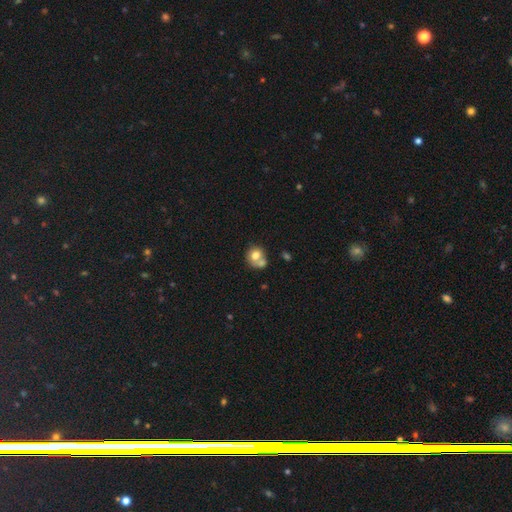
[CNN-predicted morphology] A smooth galaxy with no disk features (71%) that is round (71%).

Vote fractions:
- Smooth or featured? smooth: 71% / featured or disk: 19% / star or artifact: 9%
- How rounded? round: 71% / in between: 28% / cigar-shaped: 1%
- Merging? merger: 46% / none: 36% / minor disturbance: 12% / major disturbance: 6%